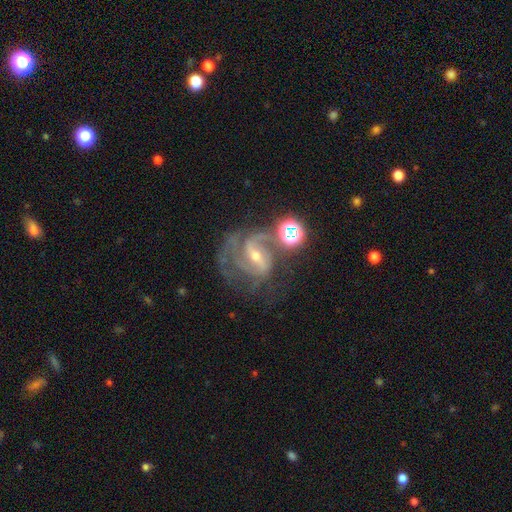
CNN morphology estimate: This appears to be a featured or disk galaxy (85%) with a weak bar (45%), 2 (49%) medium (48%) spiral arms (95%) and a small central bulge (60%). Merging: none (47%).